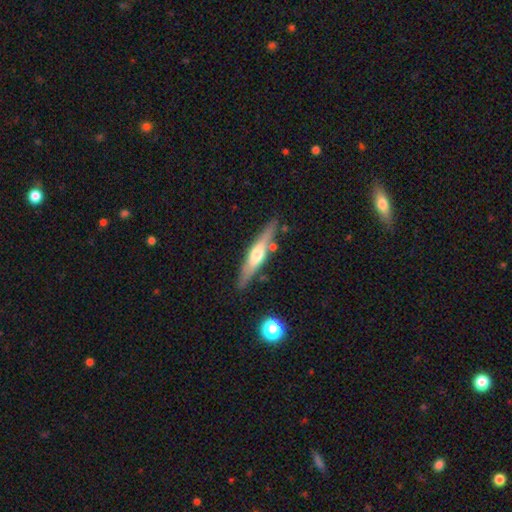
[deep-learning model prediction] A featured or disk galaxy (60%) viewed edge-on (94%) with a rounded central bulge (85%). Merging: none (82%).